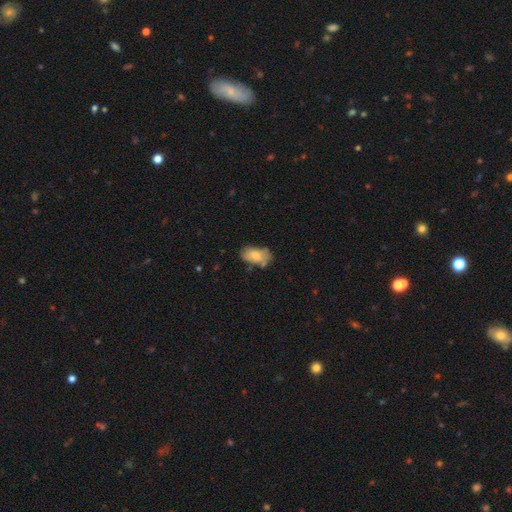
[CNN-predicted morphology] The model was most divided on "merging": none: 55%, minor disturbance: 29%, major disturbance: 8%, merger: 8%. More confident: how rounded — in between (92%); smooth or featured — smooth (74%).